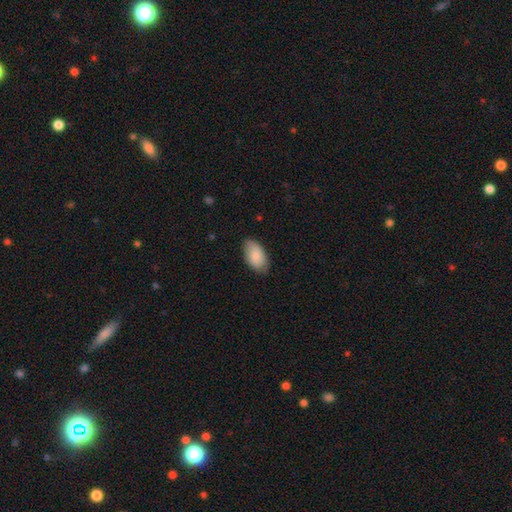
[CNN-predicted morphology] smooth 83%, featured or disk 11%, star or artifact 6%. Down the decision tree: how rounded — in between (95%); merging — none (76%).